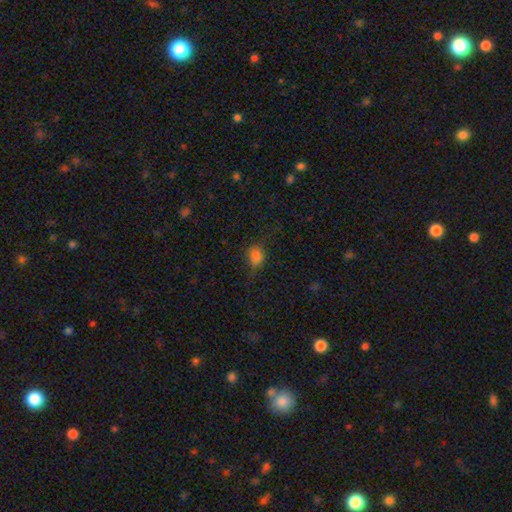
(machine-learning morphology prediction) smooth 75%, star or artifact 16%, featured or disk 9%. Down the decision tree: how rounded — round (49%, tied with in between); merging — none (58%).